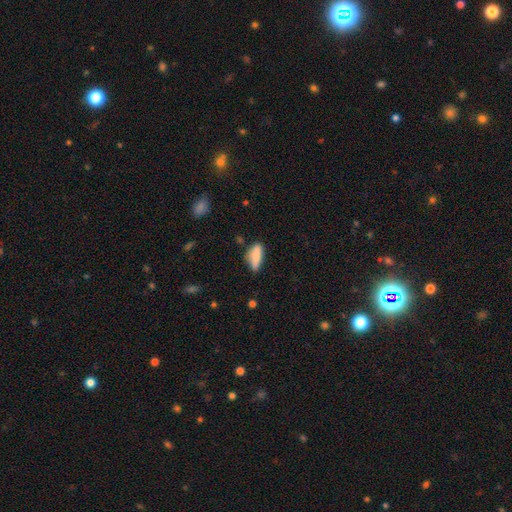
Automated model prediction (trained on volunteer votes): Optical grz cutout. It shows a smooth galaxy with no disk features (83%) that is in between round and cigar-shaped (63%). Merging: none (63%).